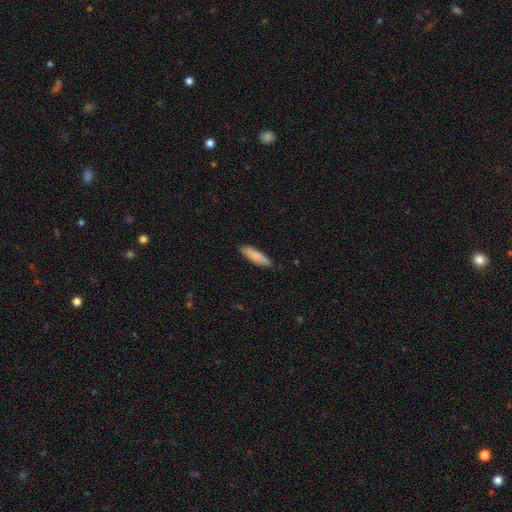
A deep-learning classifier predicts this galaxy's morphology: Smooth or featured: smooth — 85% (featured or disk — 10%)
How rounded: cigar-shaped — 58% (in between — 40%)
Merging: none — 85% (minor disturbance — 12%)